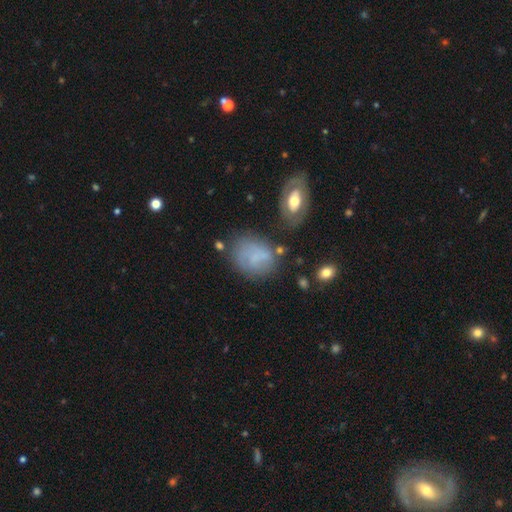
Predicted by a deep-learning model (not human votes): Morphology: type=smooth (58%); roundness=in between (58%); merging=none (56%).